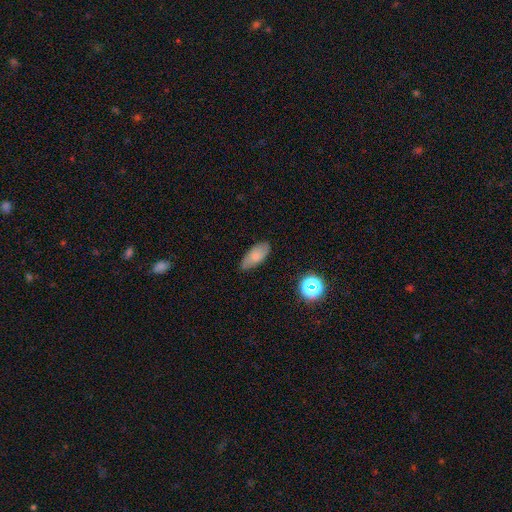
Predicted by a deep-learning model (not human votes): Smooth or featured: smooth — 75% (featured or disk — 16%)
How rounded: in between — 87% (cigar-shaped — 10%)
Merging: none — 77% (minor disturbance — 18%)